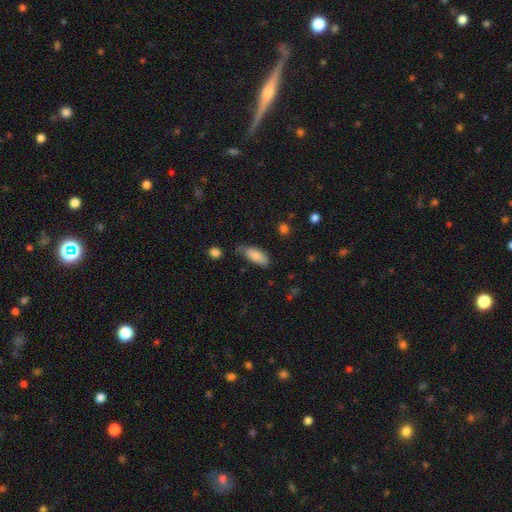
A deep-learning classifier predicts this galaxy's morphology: Overall: smooth (80%). How rounded: in between (78%). Merging: none (59%; minor disturbance 30%).